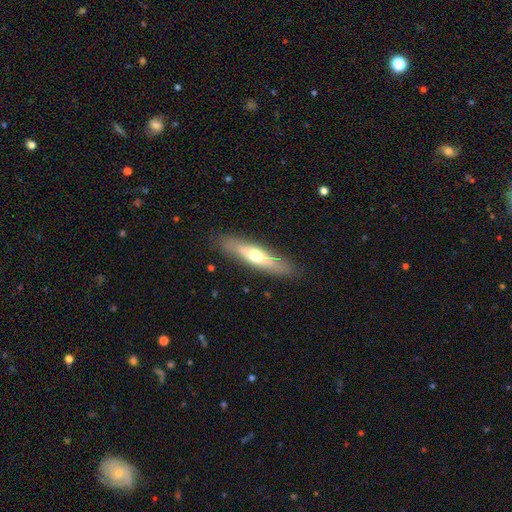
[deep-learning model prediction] smooth 50%, featured or disk 44%, star or artifact 6%. Down the decision tree: how rounded — cigar-shaped (68%); merging — none (84%).